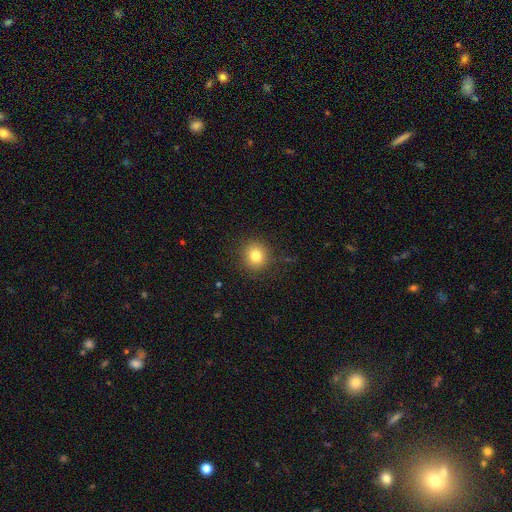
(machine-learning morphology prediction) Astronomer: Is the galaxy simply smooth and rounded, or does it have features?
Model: smooth — 81%.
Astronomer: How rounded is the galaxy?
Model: round — 91%.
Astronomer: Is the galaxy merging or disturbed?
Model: none — 89%.